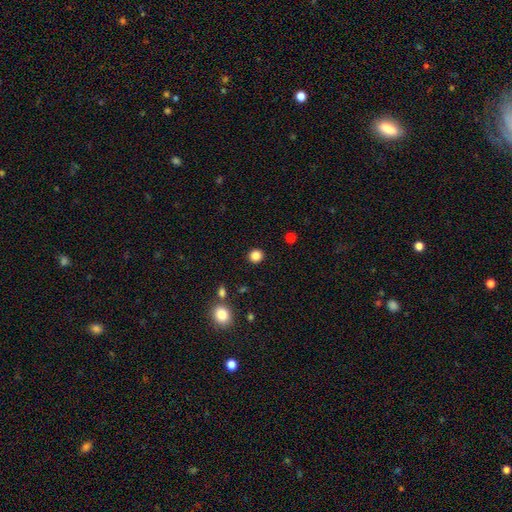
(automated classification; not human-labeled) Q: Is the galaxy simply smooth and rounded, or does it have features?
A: smooth — 86%.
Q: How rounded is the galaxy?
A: round — 91%.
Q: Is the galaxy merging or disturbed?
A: none — 92%.